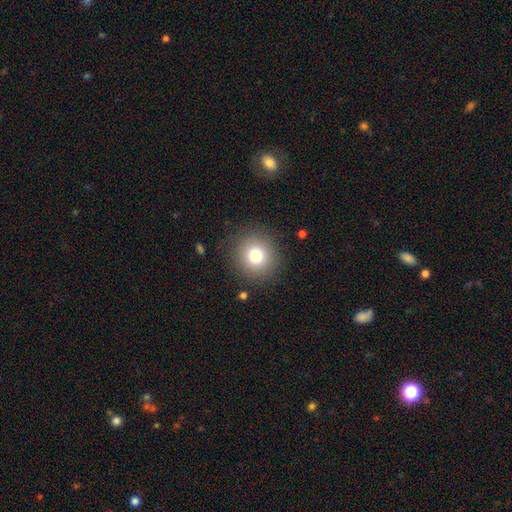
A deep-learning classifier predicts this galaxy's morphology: This appears to be a smooth galaxy with no disk features (78%) that is round (91%). Merging: none (88%).